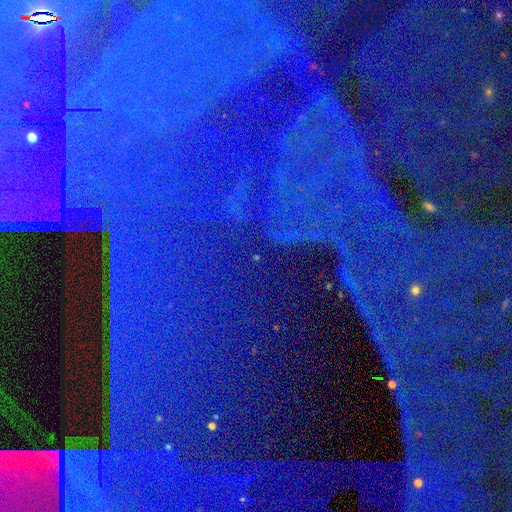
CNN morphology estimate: A star or artifact, not a galaxy (85%).

Vote fractions:
- Smooth or featured? star or artifact: 85% / featured or disk: 8% / smooth: 7%